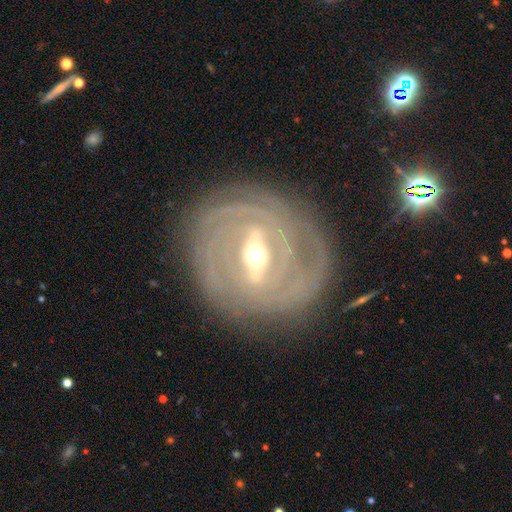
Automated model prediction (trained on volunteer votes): Q: Smooth or featured?
A: featured or disk (90%); runner-up: smooth (5%)
Q: Edge-on disk?
A: no (92%); runner-up: yes (8%)
Q: Bar?
A: strong (68%); runner-up: weak (25%)
Q: Spiral arms?
A: yes (94%); runner-up: no (6%)
Q: Spiral winding?
A: tight (84%); runner-up: medium (13%)
Q: Spiral arm count?
A: can't tell (31%); runner-up: 3 (18%)
Q: Bulge size?
A: moderate (65%); runner-up: small (29%)
Q: Merging?
A: none (82%); runner-up: minor disturbance (12%)